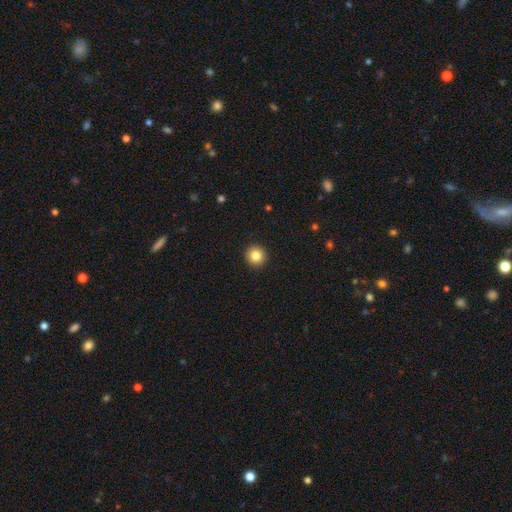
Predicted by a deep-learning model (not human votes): A smooth galaxy with no disk features (83%) that is round (94%). Merging: none (93%).